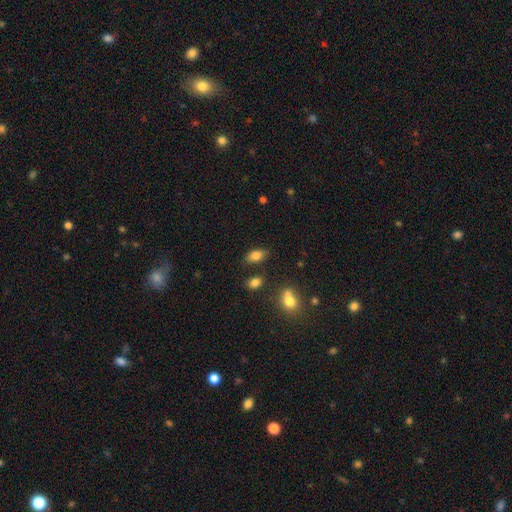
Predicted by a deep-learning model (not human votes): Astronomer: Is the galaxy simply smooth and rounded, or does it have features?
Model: smooth — 81%.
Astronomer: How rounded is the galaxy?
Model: in between — 89%.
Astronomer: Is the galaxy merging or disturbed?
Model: none — 78%.